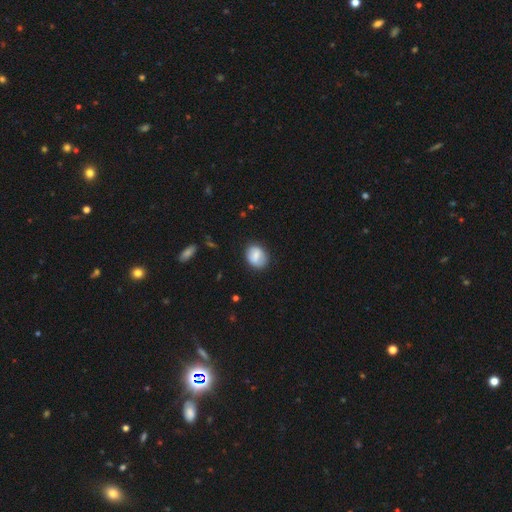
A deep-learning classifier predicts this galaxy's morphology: smooth 71%, featured or disk 22%, star or artifact 7%. Down the decision tree: how rounded — in between (57%); merging — none (78%).